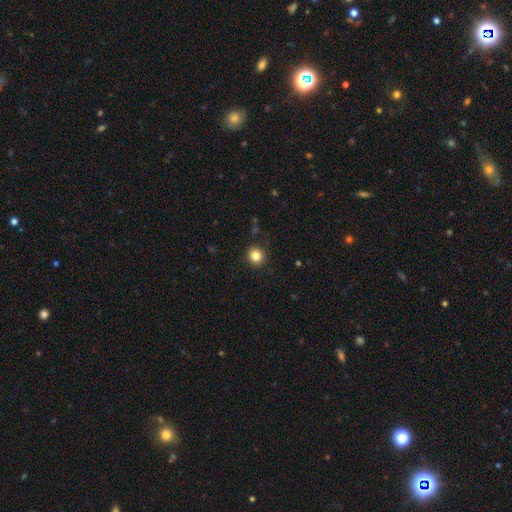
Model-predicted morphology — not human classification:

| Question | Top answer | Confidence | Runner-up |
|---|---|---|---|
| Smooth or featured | smooth | 83% | star or artifact (12%) |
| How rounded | round | 91% | in between (8%) |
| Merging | none | 91% | minor disturbance (6%) |